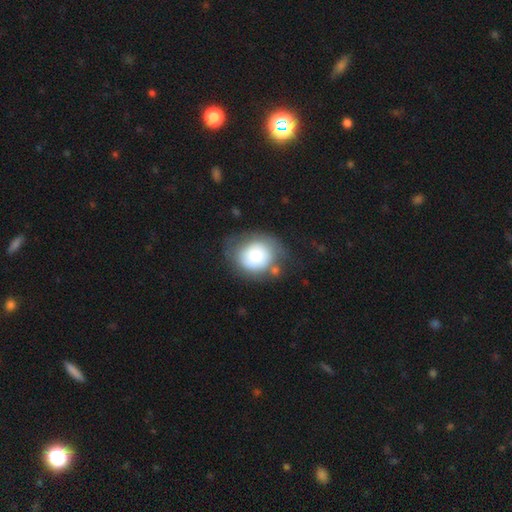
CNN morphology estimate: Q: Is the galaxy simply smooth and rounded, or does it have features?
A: smooth — 72%.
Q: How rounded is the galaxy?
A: round — 69%.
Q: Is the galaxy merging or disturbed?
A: none — 53%.